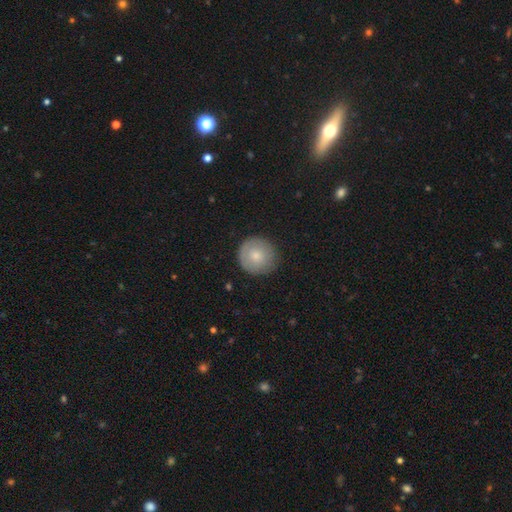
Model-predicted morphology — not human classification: type=smooth (75%); roundness=round (95%); merging=none (86%).